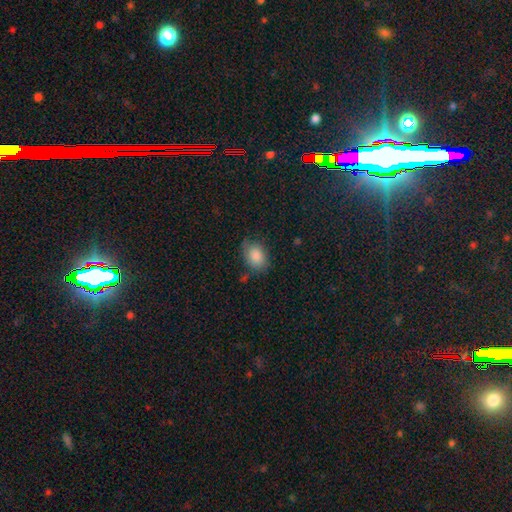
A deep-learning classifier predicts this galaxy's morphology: smooth_or_featured: smooth (p=0.84) [alt: star or artifact p=0.09]
how_rounded: in between (p=0.72) [alt: round p=0.26]
merging: none (p=0.70) [alt: minor disturbance p=0.22]